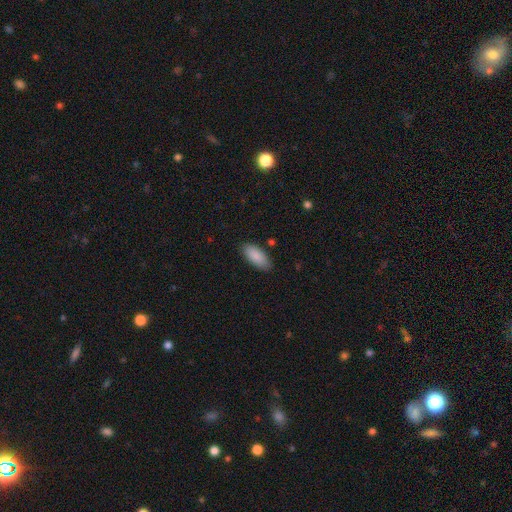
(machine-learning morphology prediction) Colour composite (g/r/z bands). It shows a smooth galaxy with no disk features (88%) that is in between round and cigar-shaped (87%). Merging: none (85%).